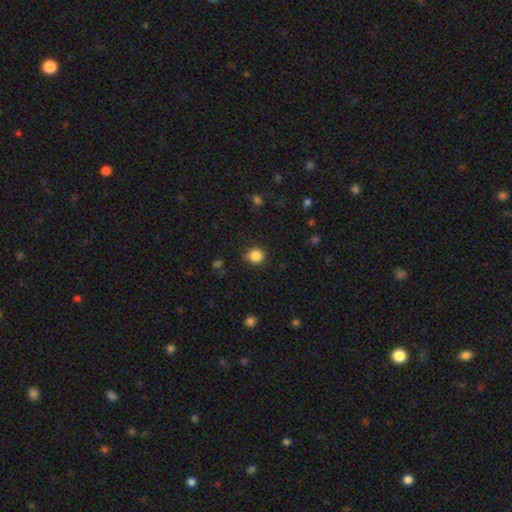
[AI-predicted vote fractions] smooth_or_featured: smooth (p=0.86) [alt: star or artifact p=0.11]
how_rounded: round (p=0.90) [alt: in between p=0.09]
merging: none (p=0.87) [alt: minor disturbance p=0.09]